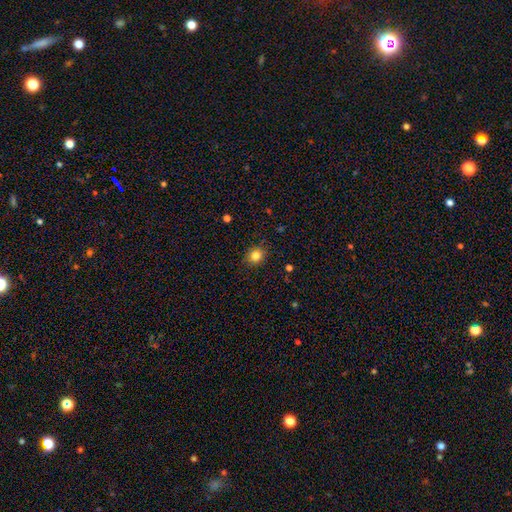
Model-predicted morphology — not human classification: Q: Smooth or featured?
A: smooth (82%); runner-up: star or artifact (12%)
Q: How rounded?
A: round (75%); runner-up: in between (24%)
Q: Merging?
A: none (87%); runner-up: minor disturbance (10%)